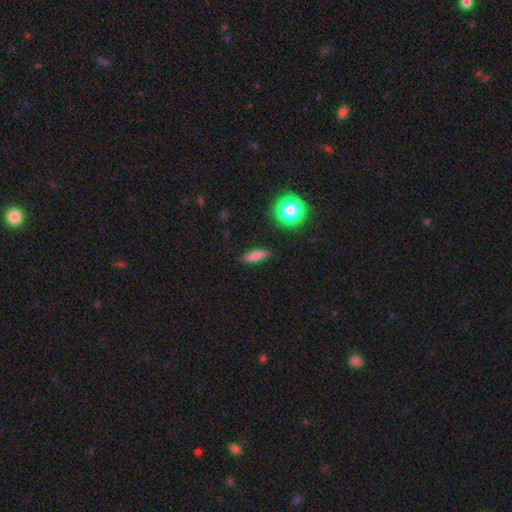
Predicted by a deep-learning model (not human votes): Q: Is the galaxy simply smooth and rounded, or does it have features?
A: smooth — 75%.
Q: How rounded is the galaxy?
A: in between — 48%.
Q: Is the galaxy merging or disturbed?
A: none — 86%.